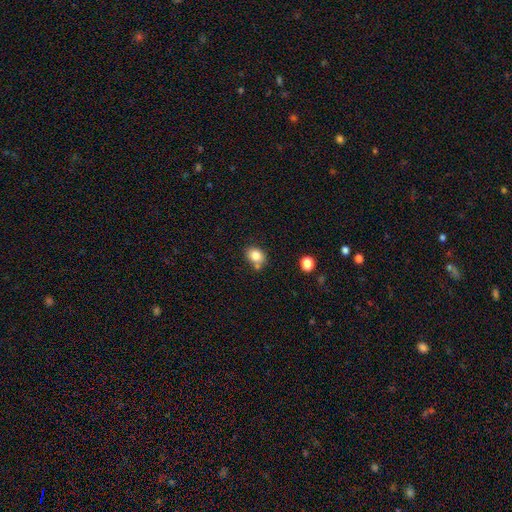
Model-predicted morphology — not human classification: Smooth or featured: smooth — 81% (star or artifact — 10%)
How rounded: round — 51% (in between — 48%)
Merging: none — 64% (minor disturbance — 17%)